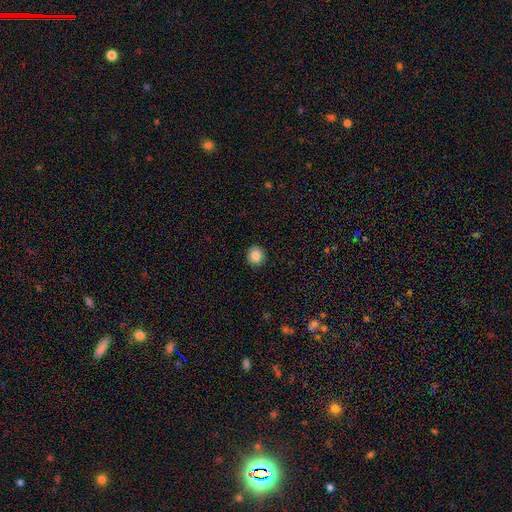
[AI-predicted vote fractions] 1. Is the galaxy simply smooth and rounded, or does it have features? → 86% smooth, 10% star or artifact, 4% featured or disk.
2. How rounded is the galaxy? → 88% round, 11% in between, 1% cigar-shaped.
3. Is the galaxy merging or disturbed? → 90% none, 7% minor disturbance, 2% major disturbance, 1% merger.